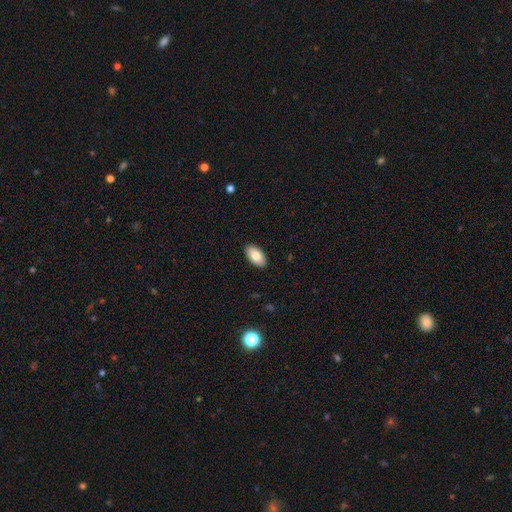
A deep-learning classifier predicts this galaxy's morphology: This is likely a smooth galaxy (79%). How rounded: clearly in between (95%). Merging: clearly none (89%).